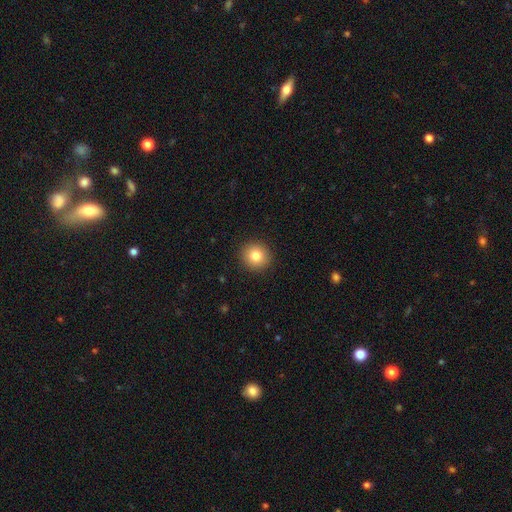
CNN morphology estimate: A smooth galaxy with no disk features (82%) that is round (94%).

Vote fractions:
- Smooth or featured? smooth: 82% / star or artifact: 10% / featured or disk: 8%
- How rounded? round: 94% / in between: 5% / cigar-shaped: 1%
- Merging? none: 92% / minor disturbance: 5% / major disturbance: 2% / merger: 1%